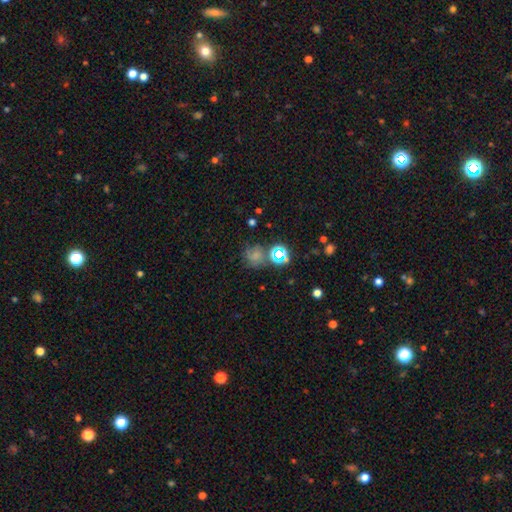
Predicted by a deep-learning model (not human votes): Q: Smooth or featured?
A: smooth (50%); runner-up: star or artifact (34%)
Q: Merging?
A: none (55%); runner-up: minor disturbance (19%)